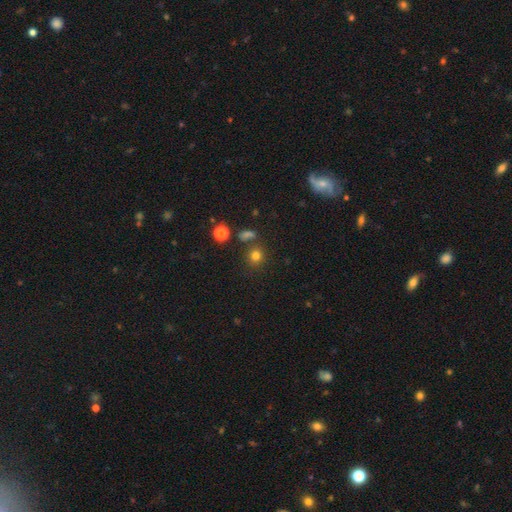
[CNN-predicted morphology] smooth 76%, star or artifact 18%, featured or disk 7%. Down the decision tree: how rounded — round (85%); merging — none (76%).